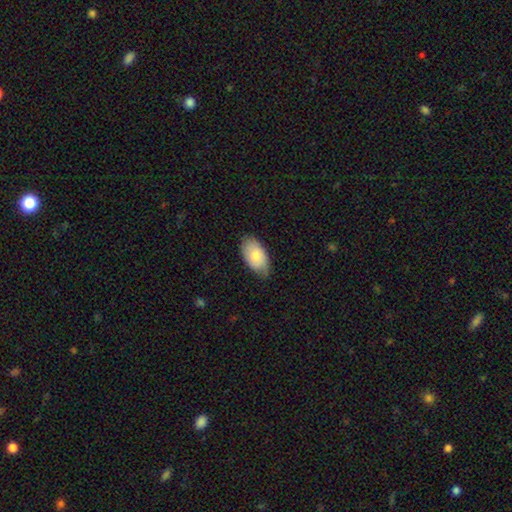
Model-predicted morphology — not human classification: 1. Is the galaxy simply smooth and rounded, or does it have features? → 75% smooth, 19% featured or disk, 6% star or artifact.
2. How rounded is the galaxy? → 94% in between, 4% round, 2% cigar-shaped.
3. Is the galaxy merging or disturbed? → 70% none, 25% minor disturbance, 4% major disturbance, 1% merger.